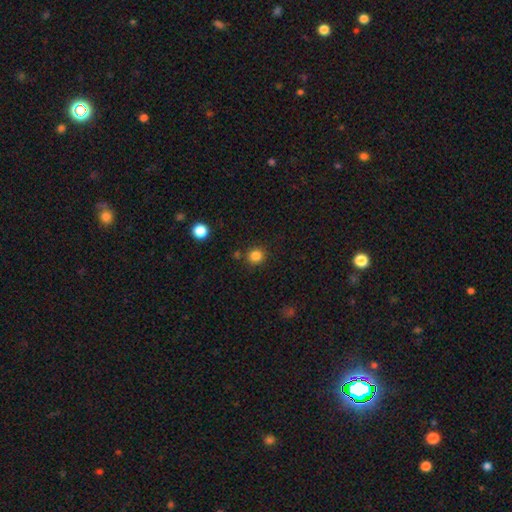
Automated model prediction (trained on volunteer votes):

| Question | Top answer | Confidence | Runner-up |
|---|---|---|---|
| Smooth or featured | smooth | 84% | star or artifact (12%) |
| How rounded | round | 89% | in between (10%) |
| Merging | none | 86% | minor disturbance (8%) |